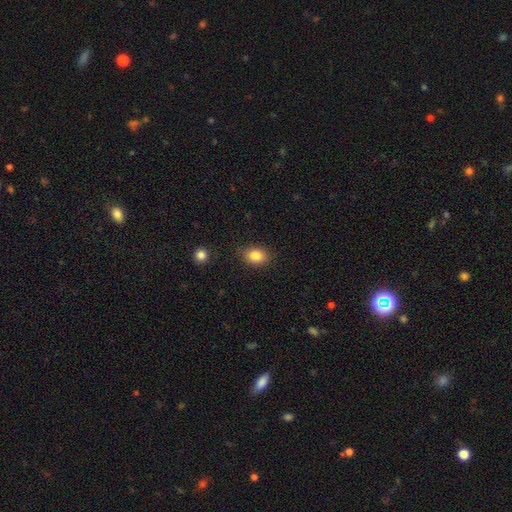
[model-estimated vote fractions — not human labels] Q: Smooth or featured?
A: smooth (84%); runner-up: star or artifact (10%)
Q: How rounded?
A: in between (64%); runner-up: round (35%)
Q: Merging?
A: none (85%); runner-up: minor disturbance (11%)